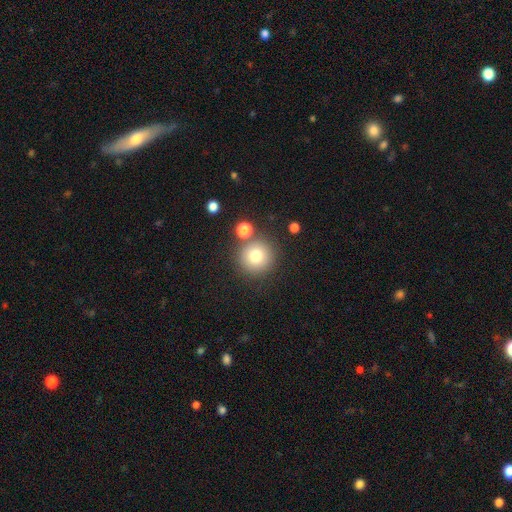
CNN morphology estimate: smooth 76%, star or artifact 13%, featured or disk 11%. Down the decision tree: how rounded — round (95%); merging — none (79%).